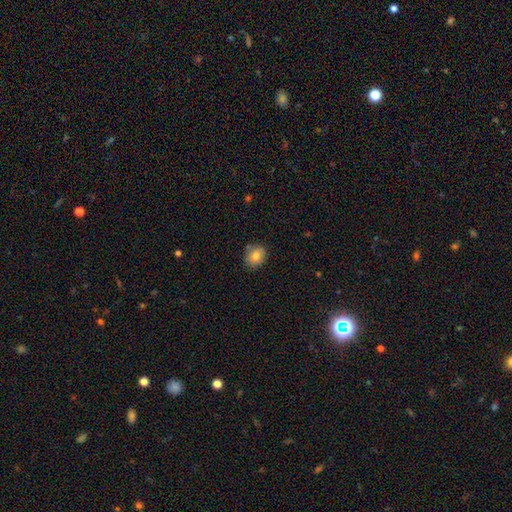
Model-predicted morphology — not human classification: Smooth or featured? Predicted: smooth (p=0.81). How rounded? Predicted: round (p=0.53). Merging? Predicted: none (p=0.78).